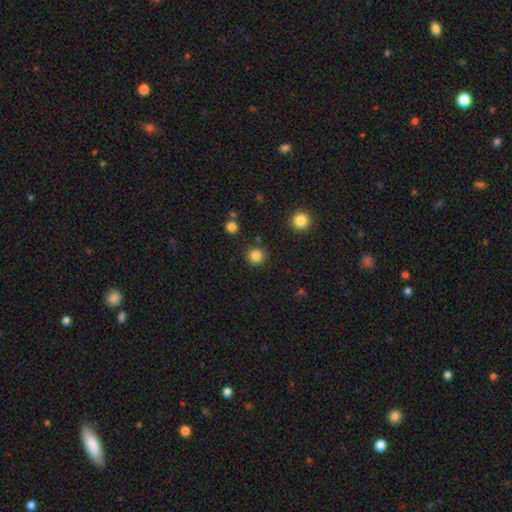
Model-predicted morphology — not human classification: Smooth or featured? Predicted: smooth (p=0.84). How rounded? Predicted: round (p=0.93). Merging? Predicted: none (p=0.88).